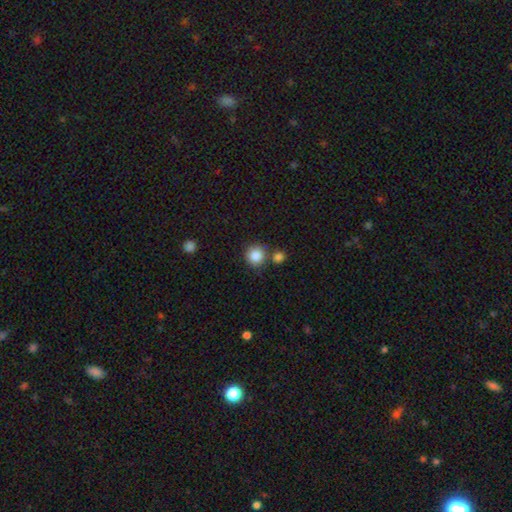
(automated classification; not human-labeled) A smooth galaxy with no disk features (86%) that is round (93%).

Vote fractions:
- Smooth or featured? smooth: 86% / star or artifact: 10% / featured or disk: 5%
- How rounded? round: 93% / in between: 6% / cigar-shaped: 1%
- Merging? none: 72% / merger: 15% / minor disturbance: 9% / major disturbance: 3%